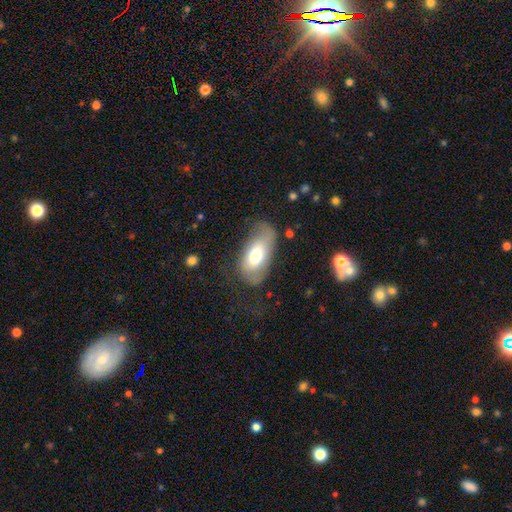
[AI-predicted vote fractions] The model was most divided on "merging": none: 51%, minor disturbance: 28%, major disturbance: 19%, merger: 2%. More confident: how rounded — in between (91%); smooth or featured — smooth (65%).